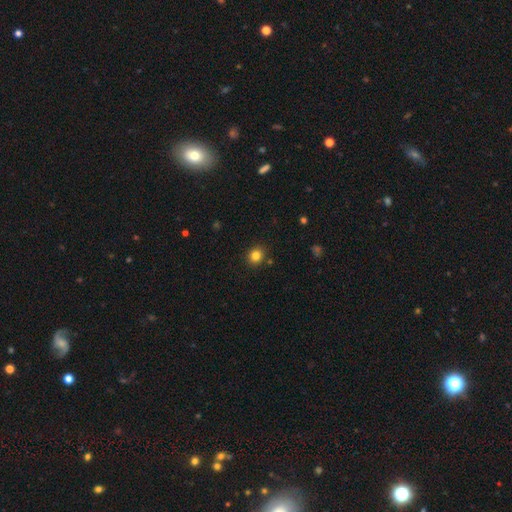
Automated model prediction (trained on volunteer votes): Smooth or featured? smooth (83%)
How rounded? round (78%)
Merging? none (89%)